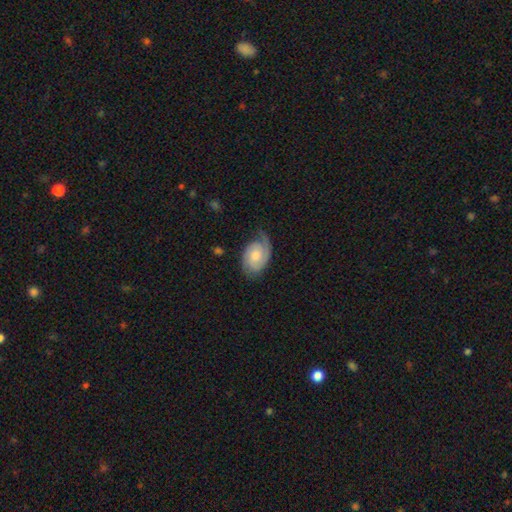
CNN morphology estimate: A featured or disk galaxy (75%) with no bar (68%), 2 (71%) tight (56%) spiral arms (95%) and a moderate central bulge (49%). Merging: none (65%).